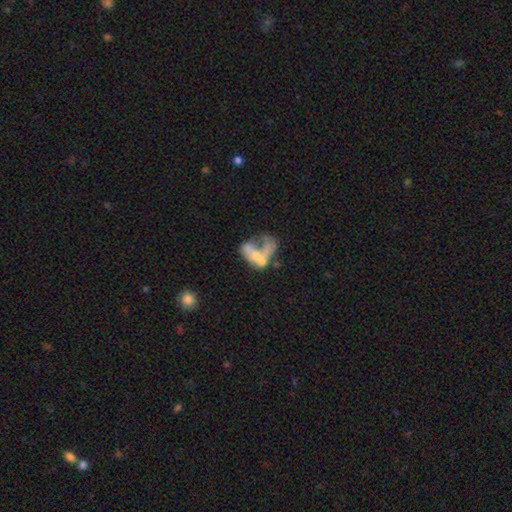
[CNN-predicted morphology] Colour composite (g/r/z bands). It shows a featured or disk galaxy (50%). Merging: merger (38%).